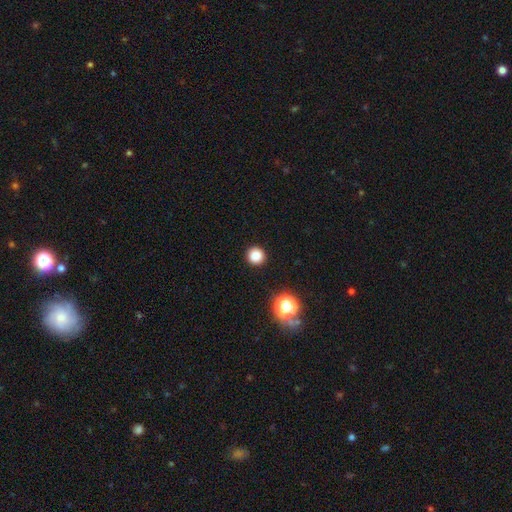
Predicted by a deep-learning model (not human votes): Smooth or featured? Predicted: smooth (p=0.84). How rounded? Predicted: round (p=0.95). Merging? Predicted: none (p=0.93).